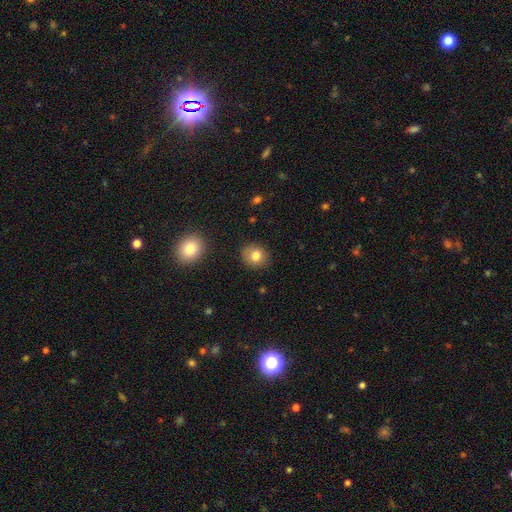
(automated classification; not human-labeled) Morphology: type=smooth (81%); roundness=round (76%); merging=none (87%).